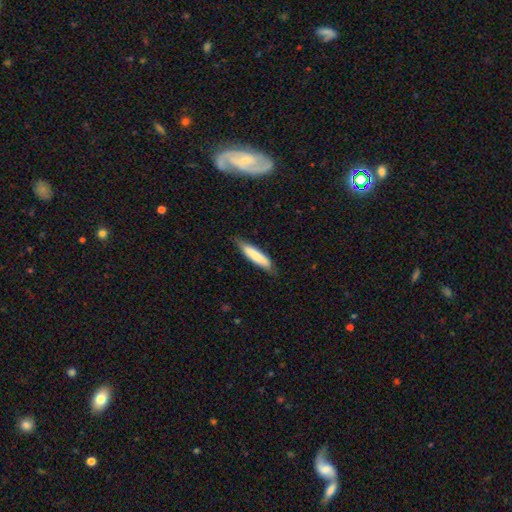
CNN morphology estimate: A smooth galaxy with no disk features (80%) that is cigar-shaped (79%).

Vote fractions:
- Smooth or featured? smooth: 80% / featured or disk: 15% / star or artifact: 5%
- How rounded? cigar-shaped: 79% / in between: 20% / round: 1%
- Merging? none: 78% / minor disturbance: 18% / major disturbance: 3% / merger: 1%